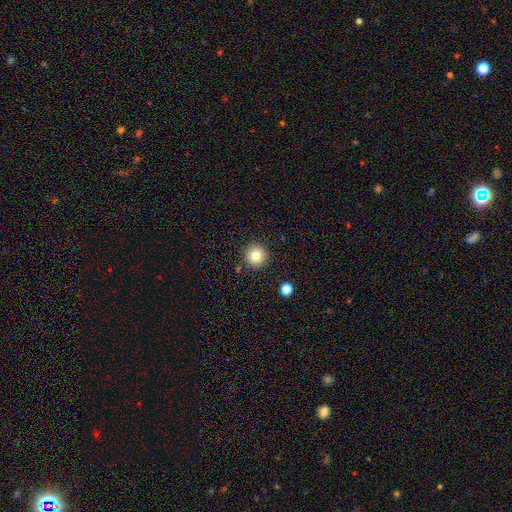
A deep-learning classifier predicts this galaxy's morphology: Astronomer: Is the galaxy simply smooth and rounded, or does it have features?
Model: smooth — 81%.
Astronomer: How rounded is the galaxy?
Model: round — 96%.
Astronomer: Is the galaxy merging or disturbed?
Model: none — 90%.